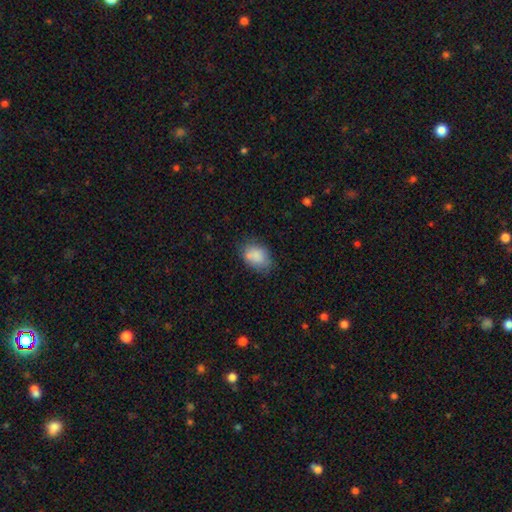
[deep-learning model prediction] Smooth or featured?
  - smooth: 81% *
  - featured or disk: 10%
  - star or artifact: 9%
How rounded?
  - in between: 75% *
  - round: 23%
  - cigar-shaped: 1%
Merging?
  - none: 61% *
  - minor disturbance: 25%
  - major disturbance: 7%
  - merger: 6%